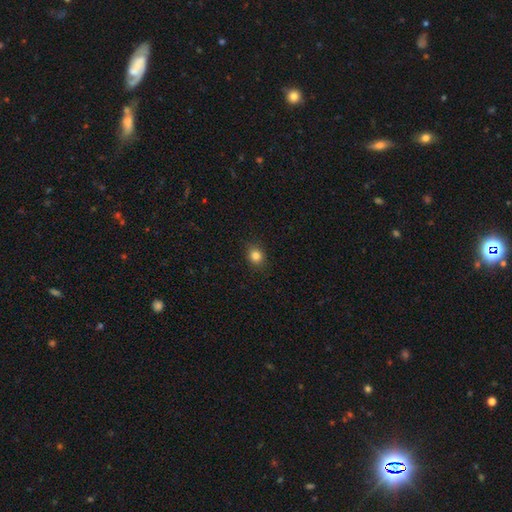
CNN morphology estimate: Overall: smooth (83%). How rounded: round (70%). Merging: none (88%).